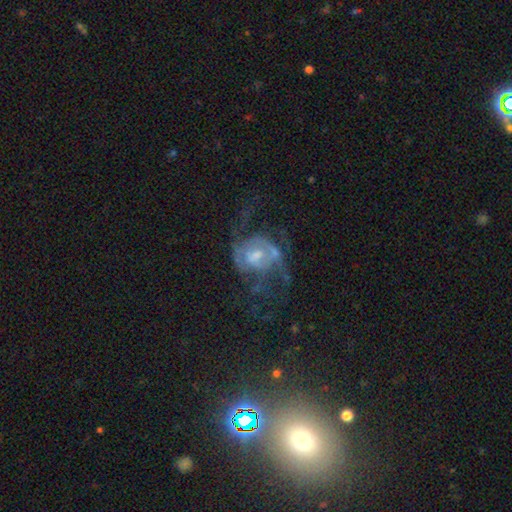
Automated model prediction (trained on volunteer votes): A featured or disk galaxy (70%) with no bar (56%), spiral arms (63%) and a moderate central bulge (49%). Merging: major disturbance (40%).